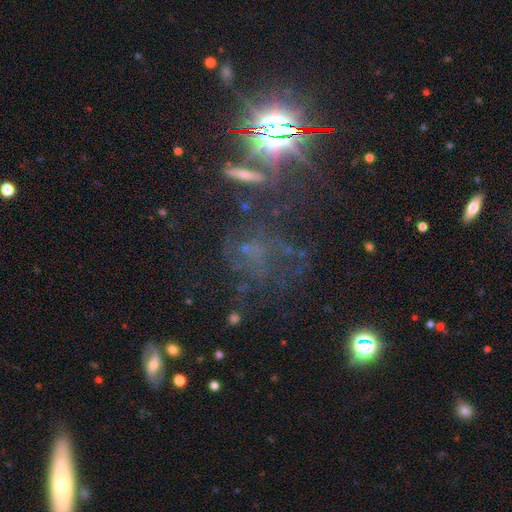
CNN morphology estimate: Q: Smooth or featured?
A: star or artifact (52%); runner-up: featured or disk (30%)